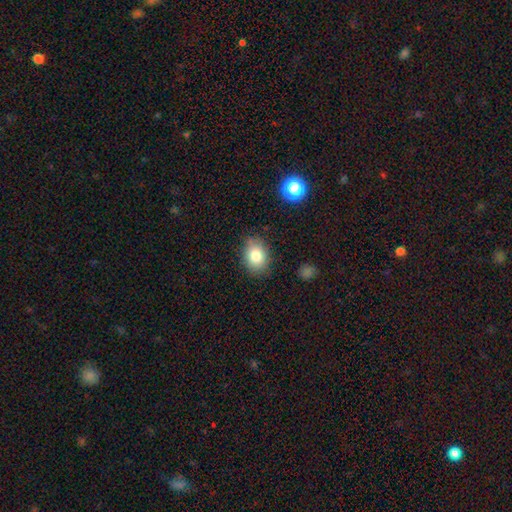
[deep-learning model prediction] A smooth galaxy with no disk features (82%) that is in between round and cigar-shaped (67%). Merging: none (81%).